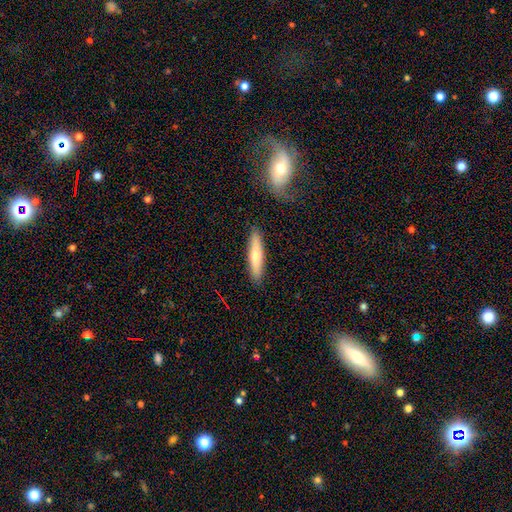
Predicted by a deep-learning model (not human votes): Q: Smooth or featured?
A: smooth (69%); runner-up: featured or disk (26%)
Q: How rounded?
A: cigar-shaped (86%); runner-up: in between (13%)
Q: Merging?
A: none (89%); runner-up: minor disturbance (8%)